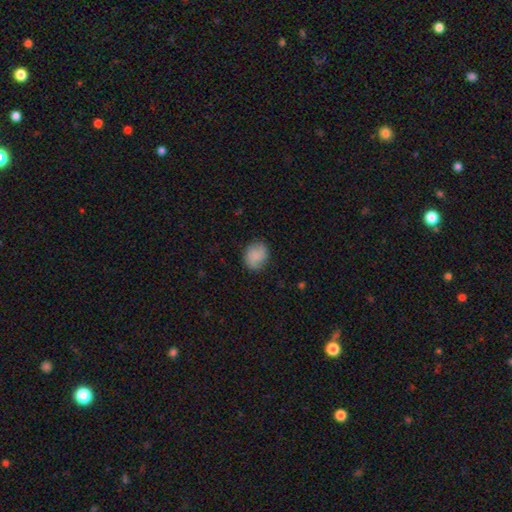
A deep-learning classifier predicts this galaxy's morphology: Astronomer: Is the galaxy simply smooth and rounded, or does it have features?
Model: smooth — 74%.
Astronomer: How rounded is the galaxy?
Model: round — 59% (runner-up: in between, 40%).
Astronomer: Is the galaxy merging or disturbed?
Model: none — 77%.